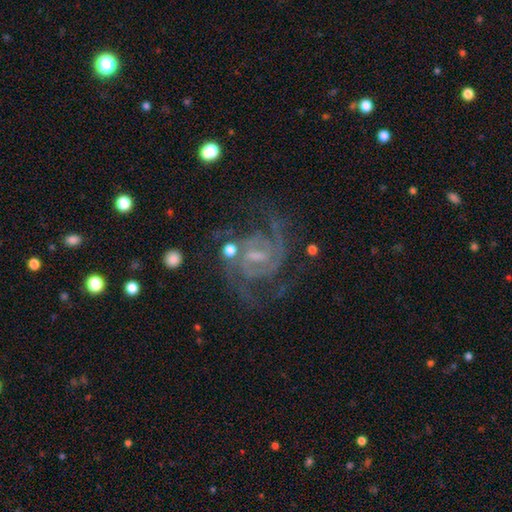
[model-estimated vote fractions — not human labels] Morphology: type=featured or disk (88%); edge-on=no (98%); bar=weak (56%); spiral arms=yes (97%); winding=medium (49%); arm count=2 (60%); bulge=small (53%); merging=none (68%).